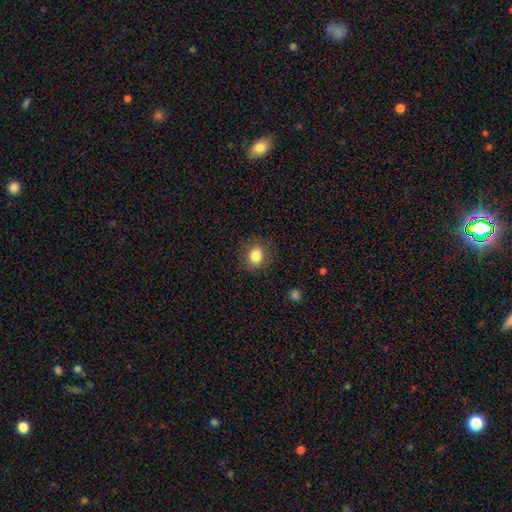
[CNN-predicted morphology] Smooth or featured?
  - smooth: 83% *
  - star or artifact: 10%
  - featured or disk: 7%
How rounded?
  - round: 65% *
  - in between: 34%
  - cigar-shaped: 1%
Merging?
  - none: 85% *
  - minor disturbance: 10%
  - major disturbance: 3%
  - merger: 1%